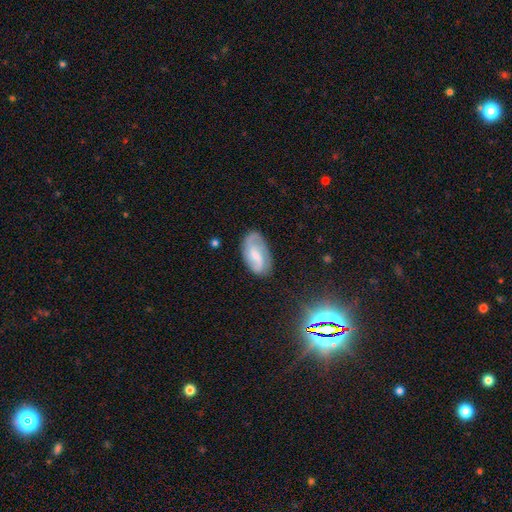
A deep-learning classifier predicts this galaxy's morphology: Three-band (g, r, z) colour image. It shows a featured or disk galaxy (63%) with a weak bar (50%), 2 (71%) medium (44%) spiral arms (91%) and a small central bulge (34%). Merging: none (74%).